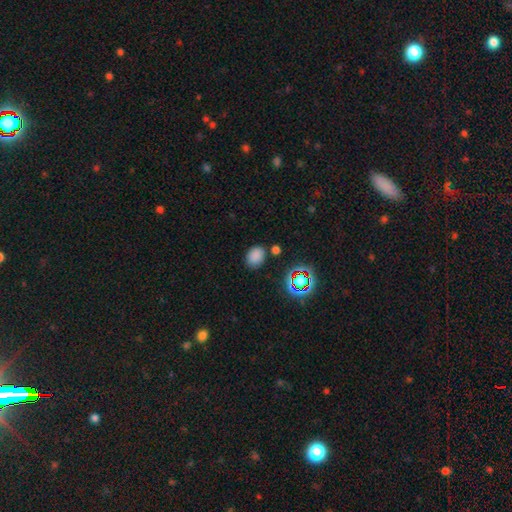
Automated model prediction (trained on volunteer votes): smooth 79%, star or artifact 16%, featured or disk 5%. Down the decision tree: how rounded — in between (59%); merging — none (80%).